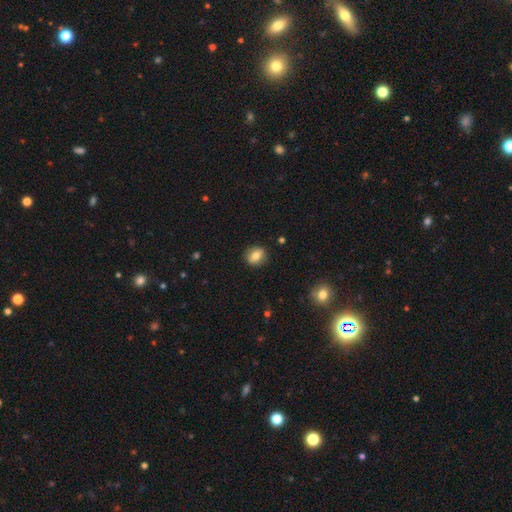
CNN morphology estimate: This is likely a smooth galaxy (74%). How rounded: likely round (60%). Merging: clearly none (87%).